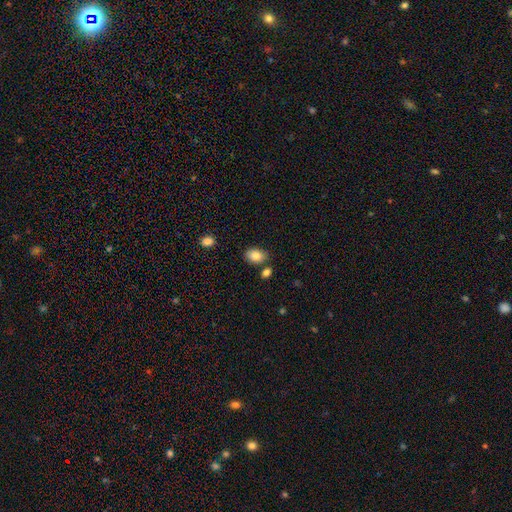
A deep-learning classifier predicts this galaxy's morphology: Overall: smooth (85%). How rounded: in between (83%). Merging: none (76%).